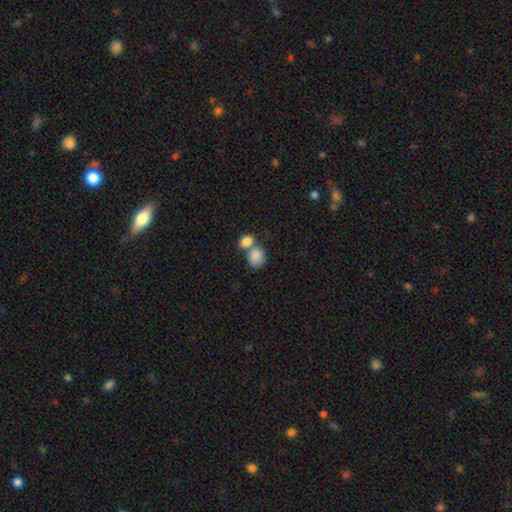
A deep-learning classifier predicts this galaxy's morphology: Q: Smooth or featured?
A: smooth (85%); runner-up: star or artifact (8%)
Q: How rounded?
A: round (53%); runner-up: in between (46%)
Q: Merging?
A: merger (52%); runner-up: none (35%)